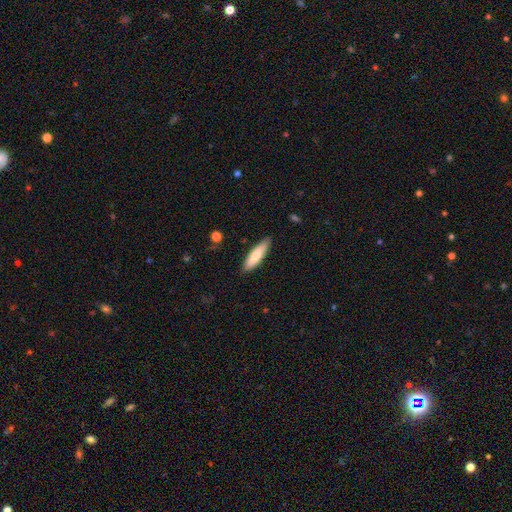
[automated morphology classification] Smooth or featured: smooth — 75% (featured or disk — 19%)
How rounded: cigar-shaped — 67% (in between — 31%)
Merging: none — 86% (minor disturbance — 11%)